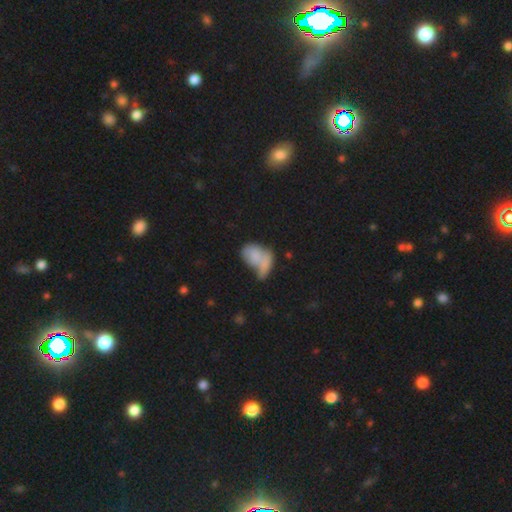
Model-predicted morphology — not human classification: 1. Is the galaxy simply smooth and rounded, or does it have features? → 70% smooth, 20% featured or disk, 9% star or artifact.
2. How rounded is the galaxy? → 80% in between, 18% round, 3% cigar-shaped.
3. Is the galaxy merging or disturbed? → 49% merger, 20% none, 17% major disturbance, 15% minor disturbance.